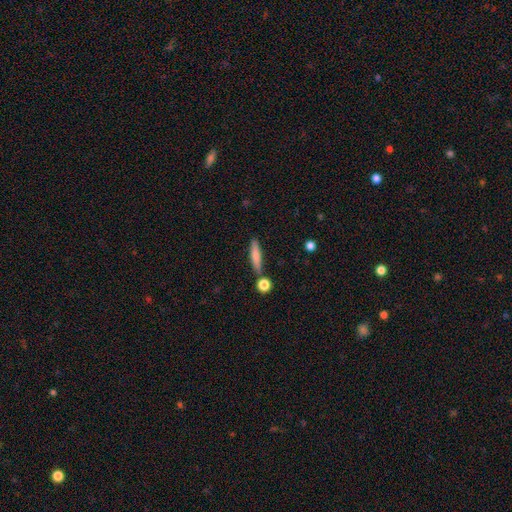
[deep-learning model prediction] A smooth galaxy with no disk features (73%) that is cigar-shaped (84%). Merging: none (78%).